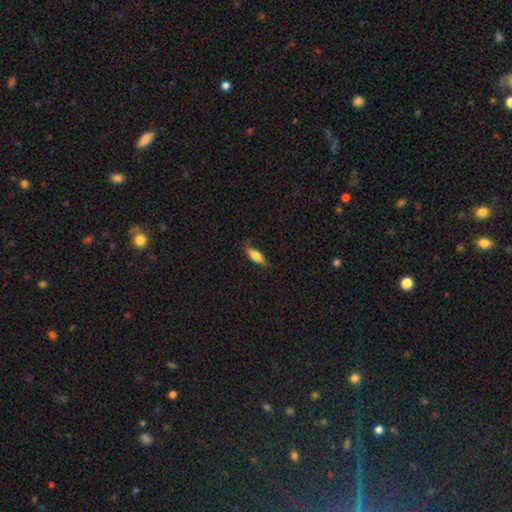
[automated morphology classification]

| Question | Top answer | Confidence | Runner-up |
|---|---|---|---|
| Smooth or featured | smooth | 71% | featured or disk (22%) |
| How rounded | in between | 54% | cigar-shaped (43%) |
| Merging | none | 75% | minor disturbance (20%) |